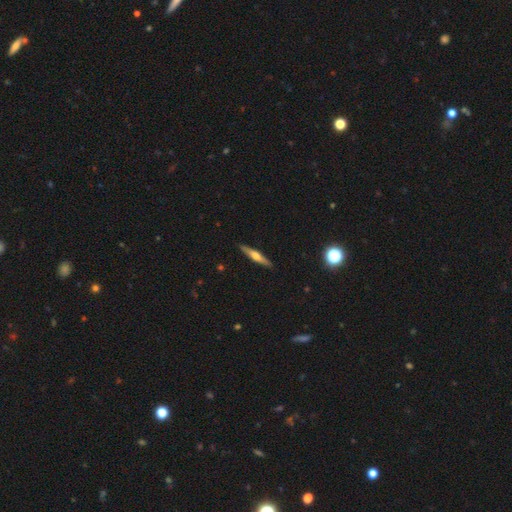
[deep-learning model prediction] featured or disk 61%, smooth 33%, star or artifact 6%. Down the decision tree: edge-on disk — yes (96%); edge-on bulge — rounded (88%); merging — none (91%).